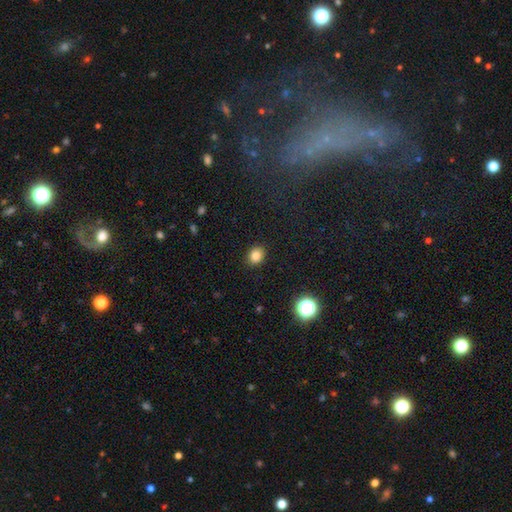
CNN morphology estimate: smooth_or_featured: smooth (p=0.83) [alt: star or artifact p=0.12]
how_rounded: round (p=0.54) [alt: in between p=0.45]
merging: none (p=0.90) [alt: minor disturbance p=0.07]